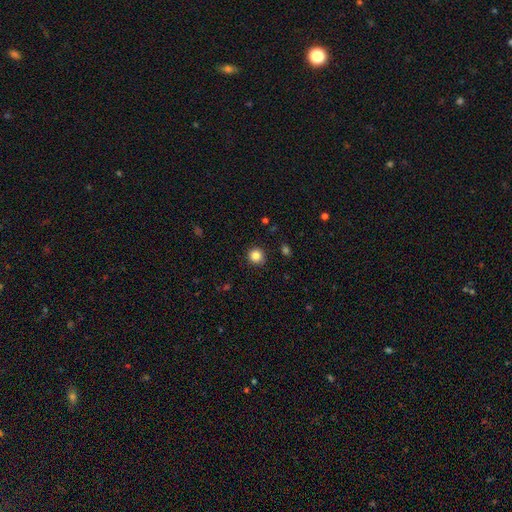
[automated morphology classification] smooth_or_featured: smooth (p=0.85) [alt: star or artifact p=0.11]
how_rounded: round (p=0.93) [alt: in between p=0.06]
merging: none (p=0.90) [alt: minor disturbance p=0.07]